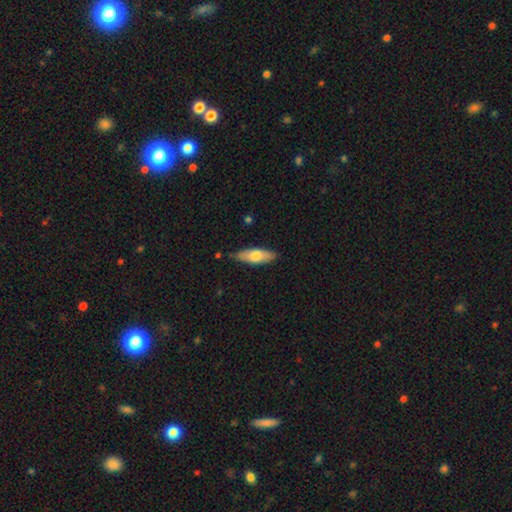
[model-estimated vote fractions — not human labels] Q: Smooth or featured?
A: smooth (64%); runner-up: featured or disk (31%)
Q: How rounded?
A: in between (56%); runner-up: cigar-shaped (41%)
Q: Merging?
A: none (77%); runner-up: minor disturbance (18%)